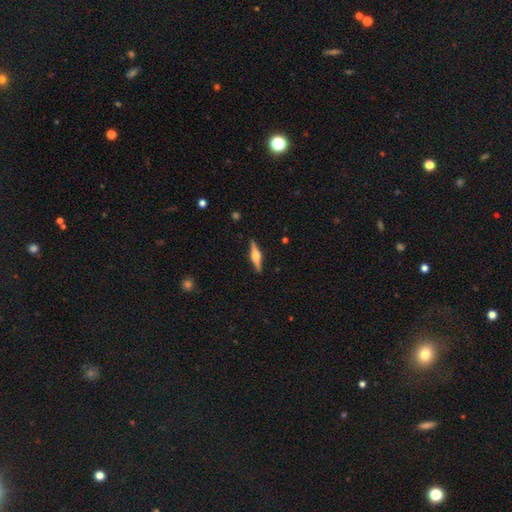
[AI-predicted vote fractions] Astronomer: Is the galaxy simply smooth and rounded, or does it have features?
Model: featured or disk — 73%.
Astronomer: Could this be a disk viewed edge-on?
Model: yes — 98%.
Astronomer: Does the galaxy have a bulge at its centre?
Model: rounded — 91%.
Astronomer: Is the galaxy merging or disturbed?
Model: none — 90%.